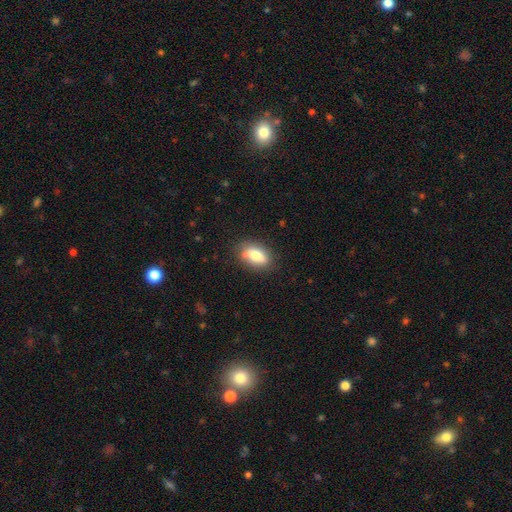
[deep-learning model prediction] A smooth galaxy with no disk features (74%) that is in between round and cigar-shaped (88%).

Vote fractions:
- Smooth or featured? smooth: 74% / featured or disk: 19% / star or artifact: 8%
- How rounded? in between: 88% / round: 7% / cigar-shaped: 5%
- Merging? none: 76% / minor disturbance: 18% / major disturbance: 4% / merger: 2%